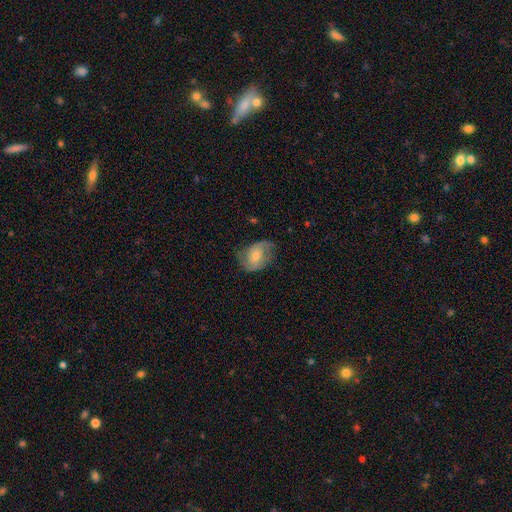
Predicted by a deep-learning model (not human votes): featured or disk 63%, smooth 29%, star or artifact 8%. Down the decision tree: edge-on disk — no (96%); bar — no (57%); spiral arms — yes (86%); spiral arm count — 2 (77%); spiral winding — medium (43%); bulge size — moderate (55%); merging — none (66%).